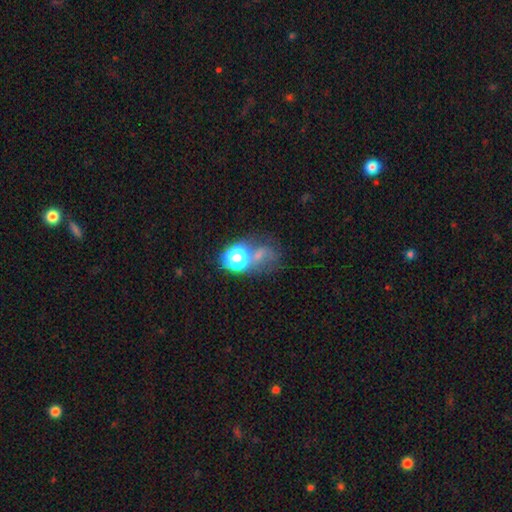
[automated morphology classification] smooth 41%, star or artifact 36%, featured or disk 23%. Down the decision tree: merging — none (33%).